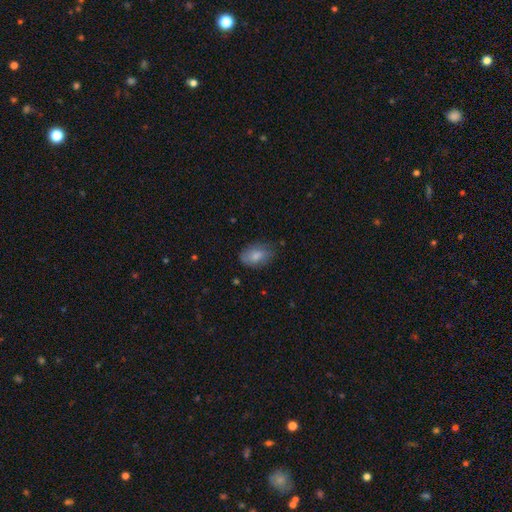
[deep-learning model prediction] This appears to be a smooth galaxy with no disk features (80%) that is in between round and cigar-shaped (89%). Merging: none (69%).